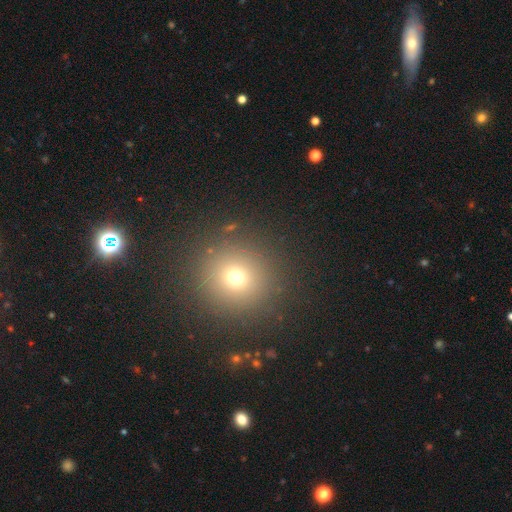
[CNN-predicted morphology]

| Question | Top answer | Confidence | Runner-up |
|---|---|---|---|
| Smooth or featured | smooth | 63% | star or artifact (29%) |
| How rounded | round | 94% | in between (5%) |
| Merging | none | 90% | minor disturbance (5%) |